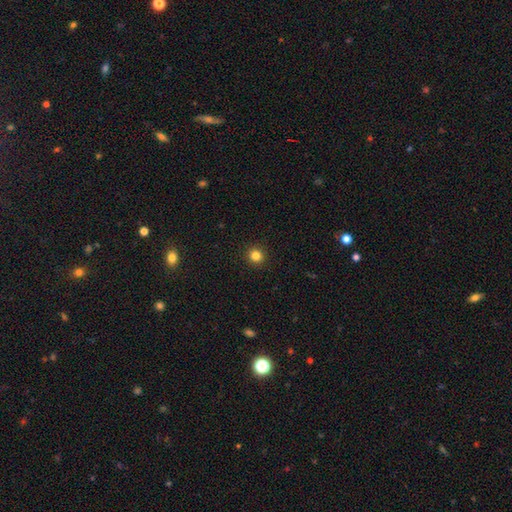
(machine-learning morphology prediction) The model was most divided on "smooth or featured": smooth: 83%, star or artifact: 13%, featured or disk: 5%. More confident: how rounded — round (94%); merging — none (93%).